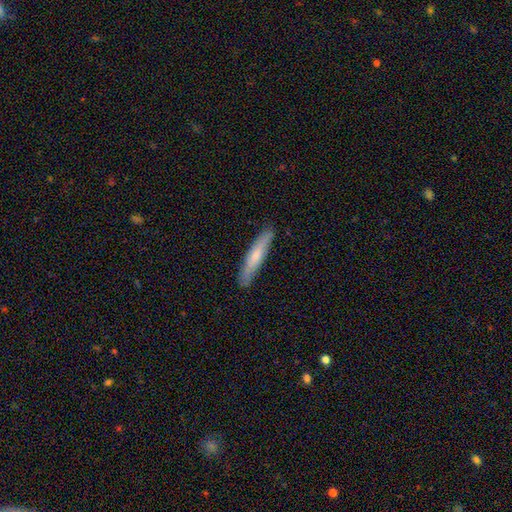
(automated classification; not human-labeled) The model was most divided on "smooth or featured": smooth: 64%, featured or disk: 30%, star or artifact: 5%. More confident: how rounded — cigar-shaped (91%); merging — none (87%).